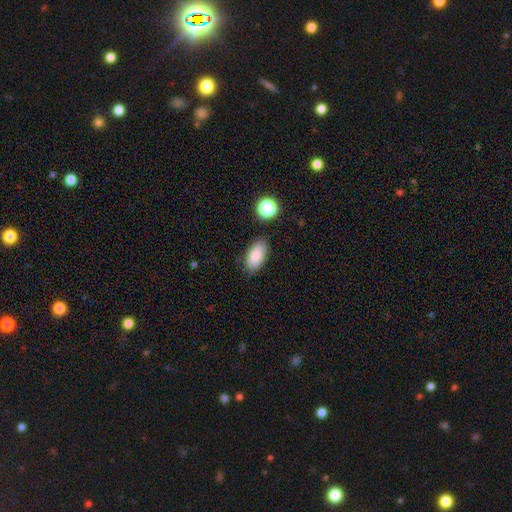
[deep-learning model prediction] Morphology: type=smooth (86%); roundness=in between (91%); merging=none (80%).